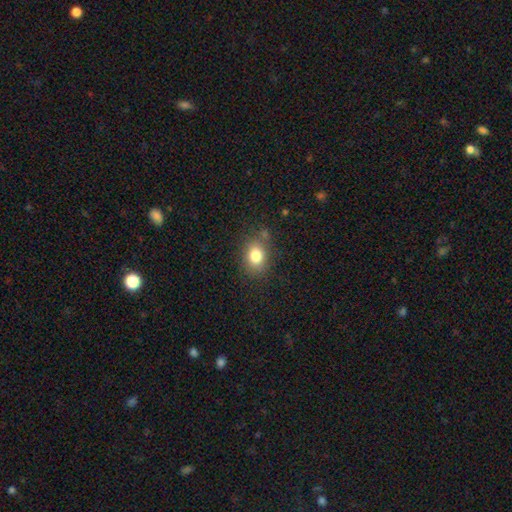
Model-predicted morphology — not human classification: A smooth galaxy with no disk features (81%) that is in between round and cigar-shaped (53%). Merging: none (75%).